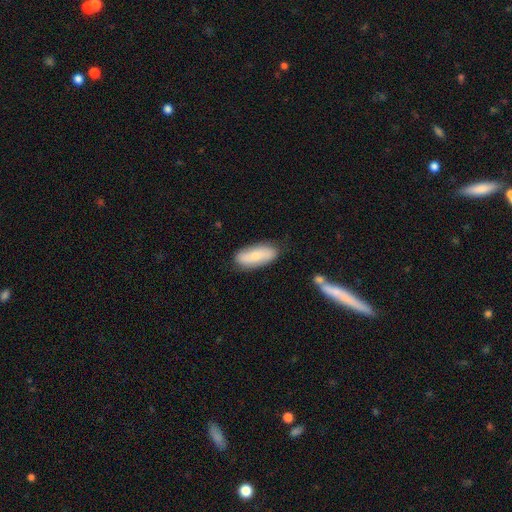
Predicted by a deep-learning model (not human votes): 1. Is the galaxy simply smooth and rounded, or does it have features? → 74% smooth, 21% featured or disk, 6% star or artifact.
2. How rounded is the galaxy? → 75% in between, 23% cigar-shaped, 2% round.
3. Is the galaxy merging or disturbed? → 79% none, 15% minor disturbance, 3% merger, 3% major disturbance.